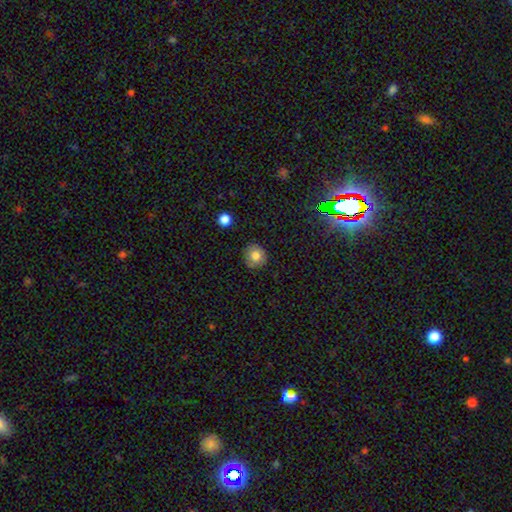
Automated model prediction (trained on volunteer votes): Smooth or featured? smooth (79%)
How rounded? round (90%)
Merging? none (86%)